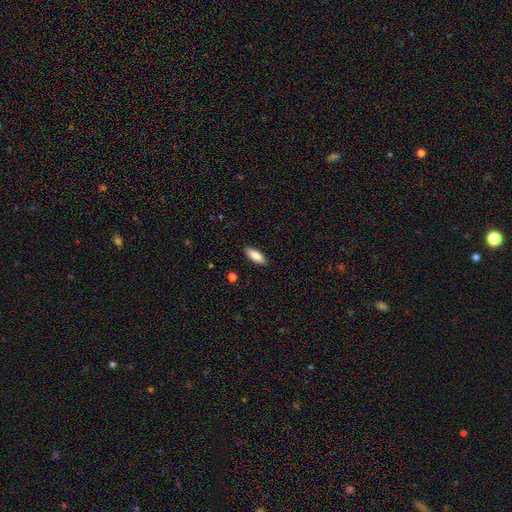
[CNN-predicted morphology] smooth_or_featured: smooth (p=0.83) [alt: featured or disk p=0.10]
how_rounded: in between (p=0.76) [alt: cigar-shaped p=0.22]
merging: none (p=0.88) [alt: minor disturbance p=0.09]